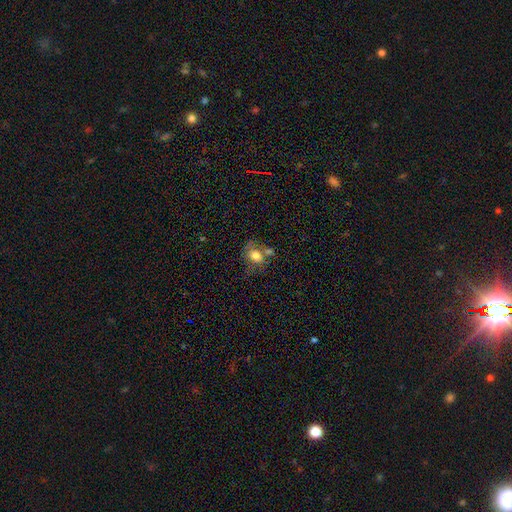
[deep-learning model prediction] This appears to be a smooth galaxy with no disk features (71%) that is in between round and cigar-shaped (59%). Merging: none (39%).